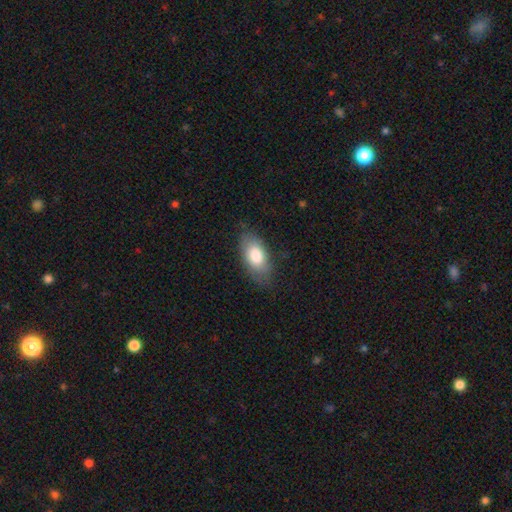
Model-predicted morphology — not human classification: A smooth galaxy with no disk features (79%) that is in between round and cigar-shaped (92%). Merging: none (74%).